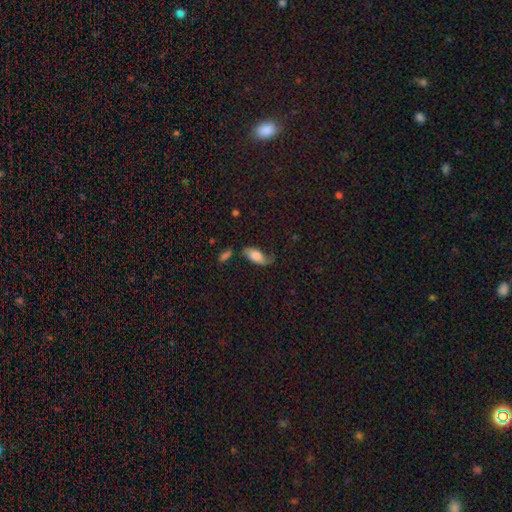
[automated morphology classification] The model was most divided on "merging": none: 43%, minor disturbance: 31%, major disturbance: 20%, merger: 6%. More confident: how rounded — in between (87%); smooth or featured — smooth (63%).